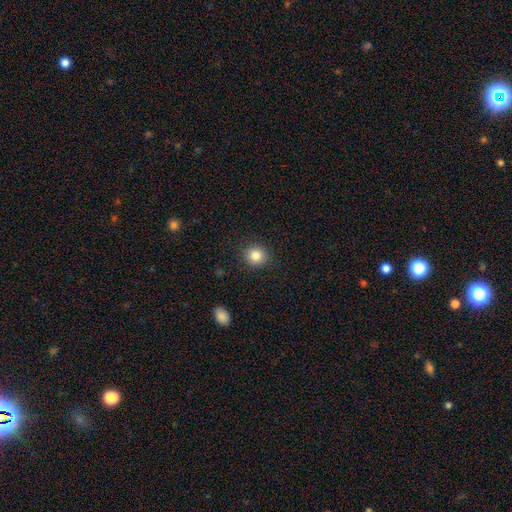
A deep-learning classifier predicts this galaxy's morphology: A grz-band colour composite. It shows a smooth galaxy with no disk features (84%) that is round (85%). Merging: none (90%).